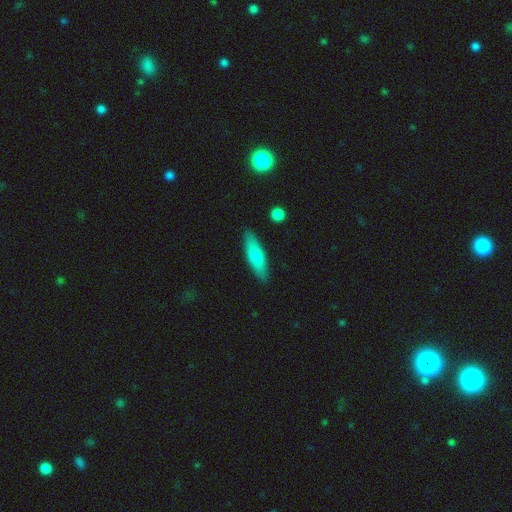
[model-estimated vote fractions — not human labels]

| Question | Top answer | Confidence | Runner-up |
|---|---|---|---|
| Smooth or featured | smooth | 69% | featured or disk (26%) |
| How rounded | cigar-shaped | 52% | in between (46%) |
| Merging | none | 87% | minor disturbance (10%) |